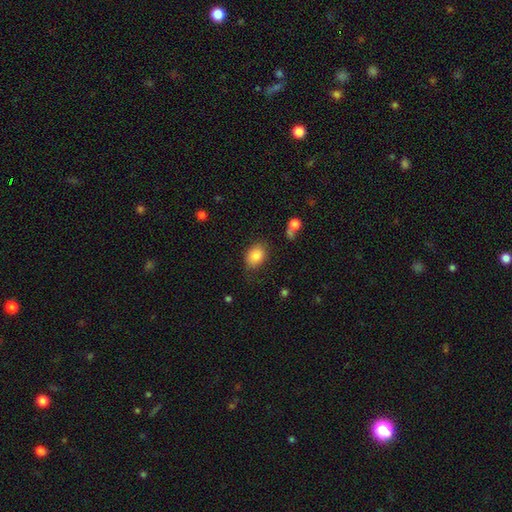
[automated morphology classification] type=smooth (83%); roundness=in between (75%); merging=none (74%).